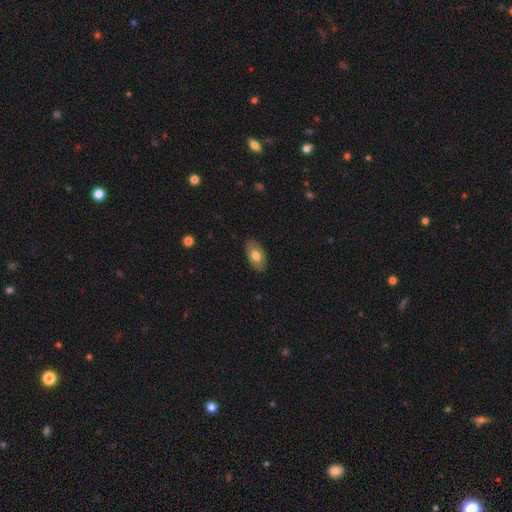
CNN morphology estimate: This is likely a smooth galaxy (73%). How rounded: clearly in between (93%). Merging: clearly none (86%).